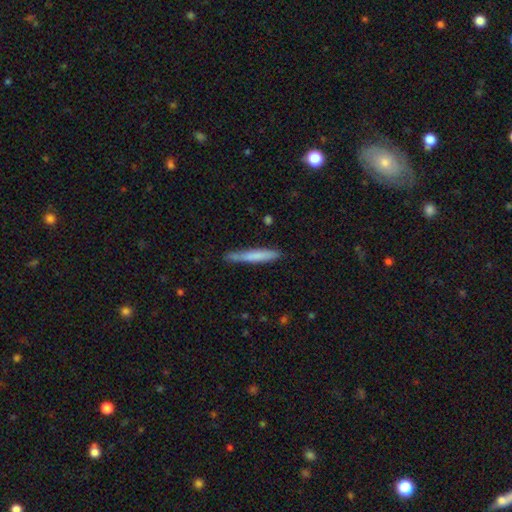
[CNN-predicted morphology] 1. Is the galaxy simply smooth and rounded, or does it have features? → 69% smooth, 25% featured or disk, 6% star or artifact.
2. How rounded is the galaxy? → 95% cigar-shaped, 4% in between, 1% round.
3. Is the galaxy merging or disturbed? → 78% none, 17% minor disturbance, 3% major disturbance, 2% merger.